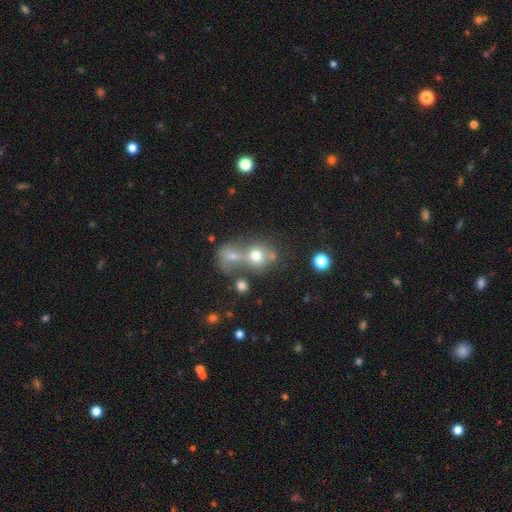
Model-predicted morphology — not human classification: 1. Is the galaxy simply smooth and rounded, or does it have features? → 71% smooth, 16% featured or disk, 14% star or artifact.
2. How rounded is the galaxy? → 76% round, 23% in between, 1% cigar-shaped.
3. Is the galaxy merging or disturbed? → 53% merger, 32% none, 9% minor disturbance, 6% major disturbance.